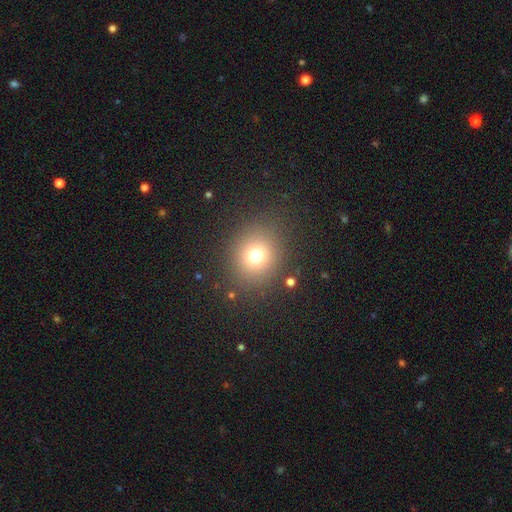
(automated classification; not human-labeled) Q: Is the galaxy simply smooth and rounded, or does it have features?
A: smooth — 73%.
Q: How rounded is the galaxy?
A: round — 81%.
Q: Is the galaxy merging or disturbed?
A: none — 85%.